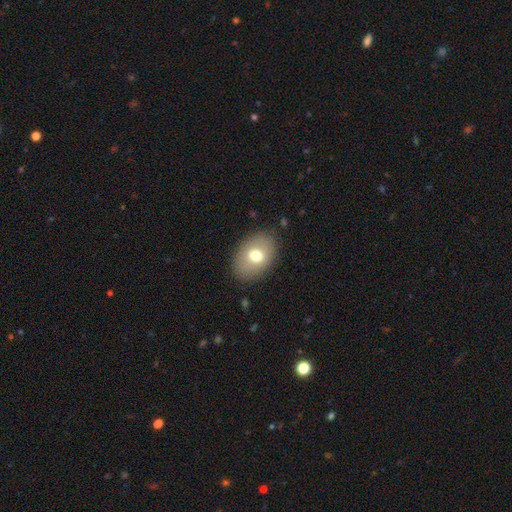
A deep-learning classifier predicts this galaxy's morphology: type=smooth (71%); roundness=in between (80%); merging=none (84%).